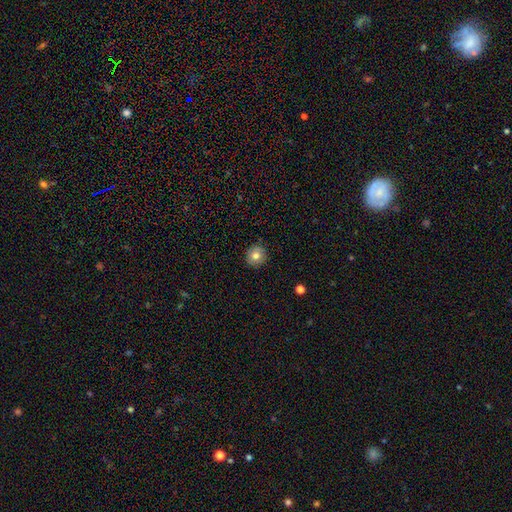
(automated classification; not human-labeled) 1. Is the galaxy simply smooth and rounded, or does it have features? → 76% smooth, 14% featured or disk, 10% star or artifact.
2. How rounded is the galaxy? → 91% round, 8% in between, 1% cigar-shaped.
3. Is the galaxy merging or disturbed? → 89% none, 8% minor disturbance, 2% major disturbance, 1% merger.